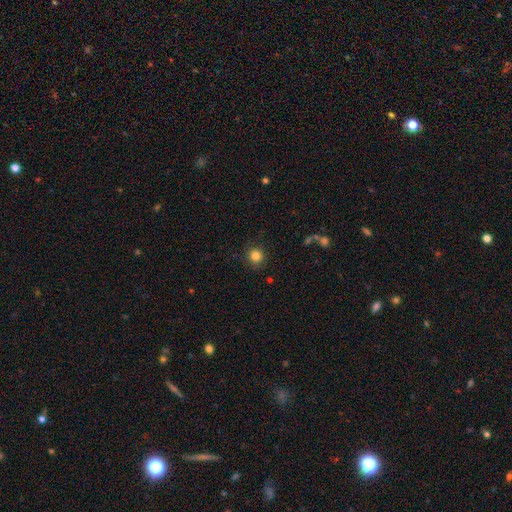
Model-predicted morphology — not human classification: Smooth or featured? smooth (83%)
How rounded? round (93%)
Merging? none (89%)